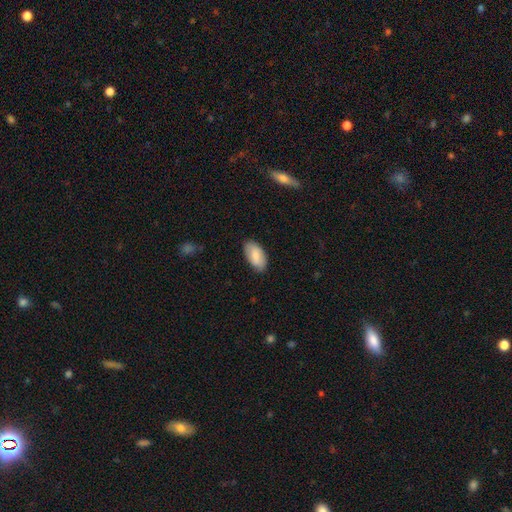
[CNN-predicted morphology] type=smooth (81%); roundness=in between (95%); merging=none (83%).